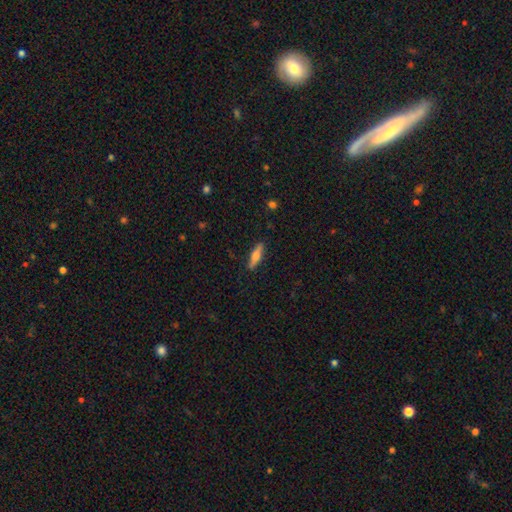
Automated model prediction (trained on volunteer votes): A smooth galaxy with no disk features (52%) that is cigar-shaped (72%).

Vote fractions:
- Smooth or featured? smooth: 52% / featured or disk: 41% / star or artifact: 6%
- How rounded? cigar-shaped: 72% / in between: 26% / round: 2%
- Merging? none: 88% / minor disturbance: 9% / major disturbance: 2% / merger: 1%